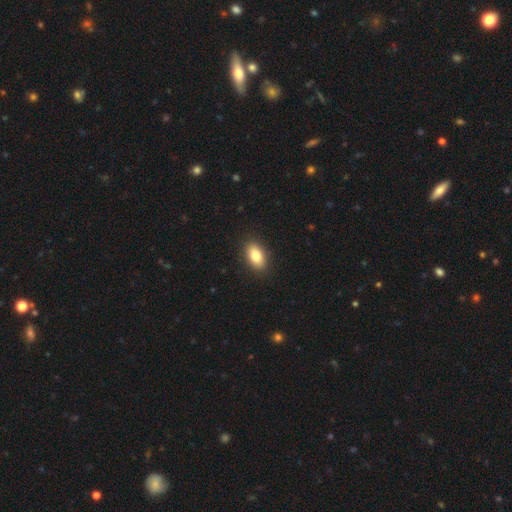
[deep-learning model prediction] A smooth galaxy with no disk features (83%) that is in between round and cigar-shaped (90%). Merging: none (90%).